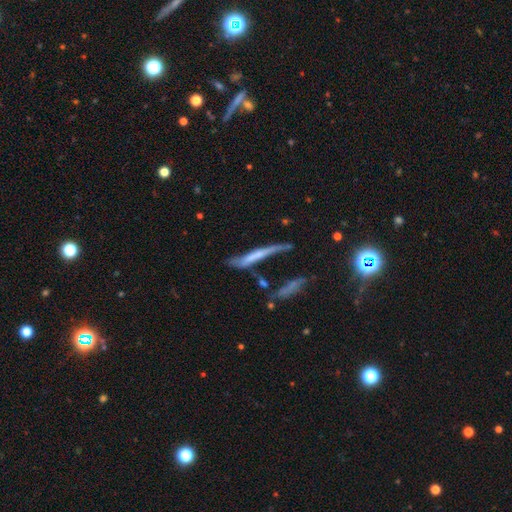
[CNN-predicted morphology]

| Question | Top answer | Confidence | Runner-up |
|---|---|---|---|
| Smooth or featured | featured or disk | 48% | smooth (42%) |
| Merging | none | 40% | minor disturbance (25%) |